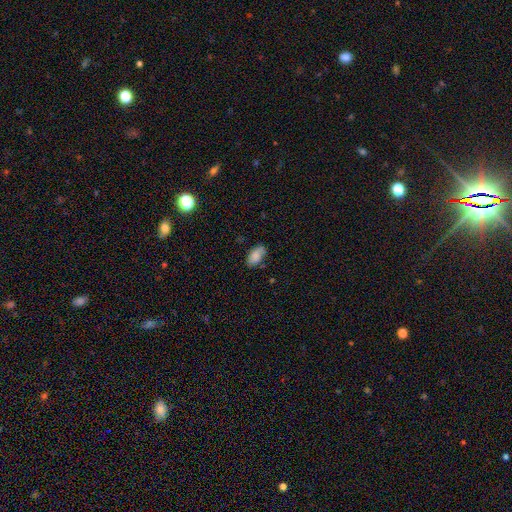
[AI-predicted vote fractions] Smooth or featured? Predicted: smooth (p=0.81). How rounded? Predicted: in between (p=0.93). Merging? Predicted: none (p=0.71).